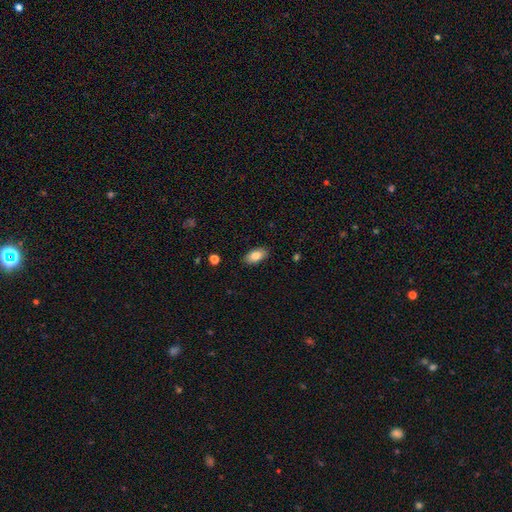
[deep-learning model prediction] The model was most divided on "smooth or featured": smooth: 82%, featured or disk: 11%, star or artifact: 7%. More confident: how rounded — in between (92%); merging — none (88%).